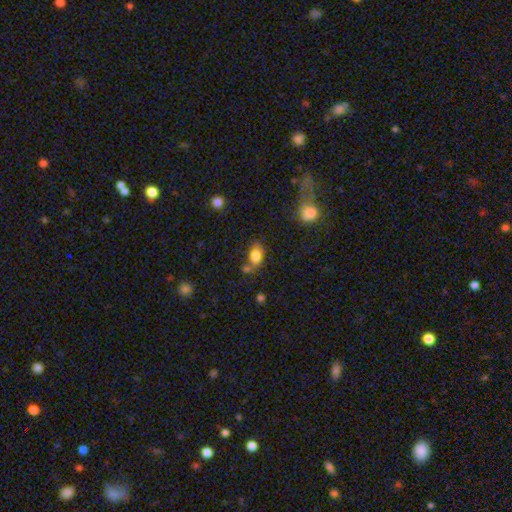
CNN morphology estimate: Smooth or featured?
  - smooth: 81% *
  - star or artifact: 10%
  - featured or disk: 9%
How rounded?
  - in between: 81% *
  - round: 17%
  - cigar-shaped: 3%
Merging?
  - none: 57% *
  - minor disturbance: 20%
  - merger: 17%
  - major disturbance: 6%